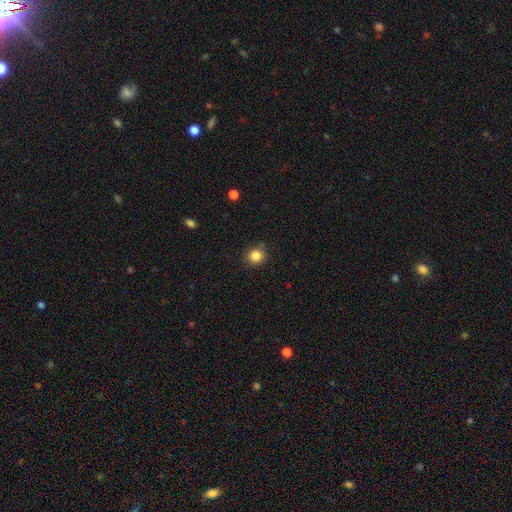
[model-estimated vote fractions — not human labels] A smooth galaxy with no disk features (85%) that is round (89%).

Vote fractions:
- Smooth or featured? smooth: 85% / star or artifact: 11% / featured or disk: 4%
- How rounded? round: 89% / in between: 10% / cigar-shaped: 1%
- Merging? none: 87% / minor disturbance: 9% / major disturbance: 2% / merger: 2%